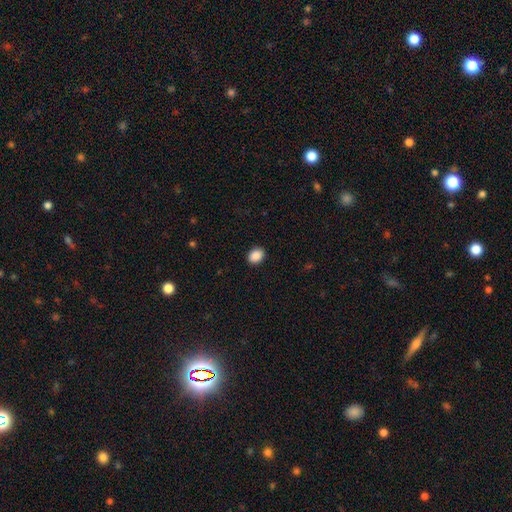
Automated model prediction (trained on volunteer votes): A smooth galaxy with no disk features (90%) that is in between round and cigar-shaped (63%). Merging: none (90%).